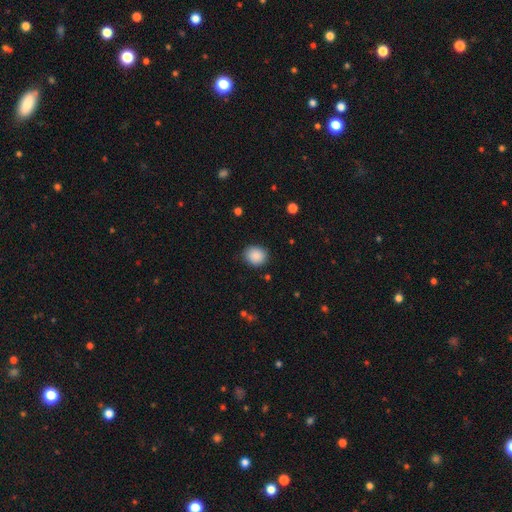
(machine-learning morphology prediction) The model was most divided on "how rounded": round: 72%, in between: 27%, cigar-shaped: 1%. More confident: smooth or featured — smooth (88%); merging — none (85%).